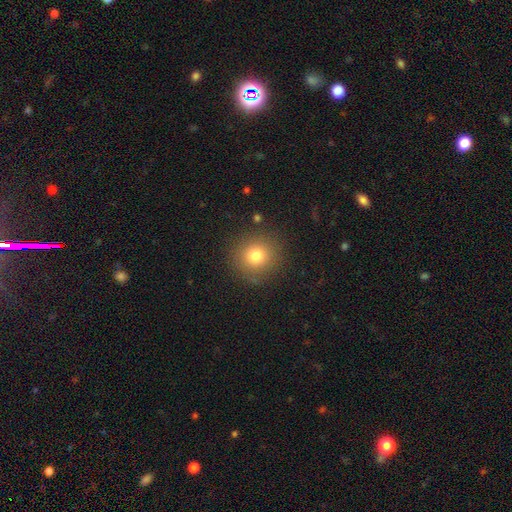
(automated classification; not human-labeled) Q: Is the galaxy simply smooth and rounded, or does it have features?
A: smooth — 77%.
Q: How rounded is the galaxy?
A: round — 92%.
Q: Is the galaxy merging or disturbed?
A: none — 87%.